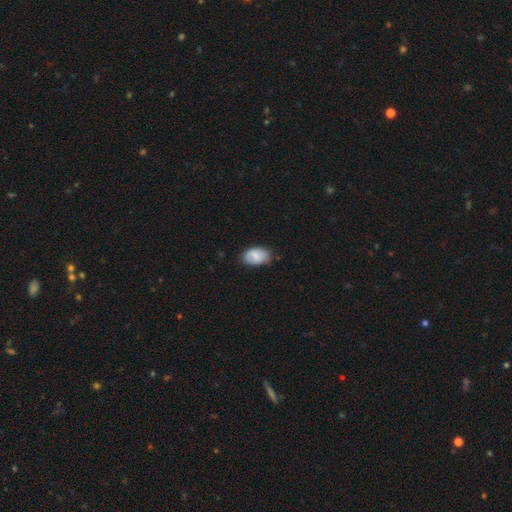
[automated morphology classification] A smooth galaxy with no disk features (74%) that is in between round and cigar-shaped (89%).

Vote fractions:
- Smooth or featured? smooth: 74% / featured or disk: 19% / star or artifact: 7%
- How rounded? in between: 89% / round: 9% / cigar-shaped: 1%
- Merging? none: 72% / minor disturbance: 22% / major disturbance: 4% / merger: 1%